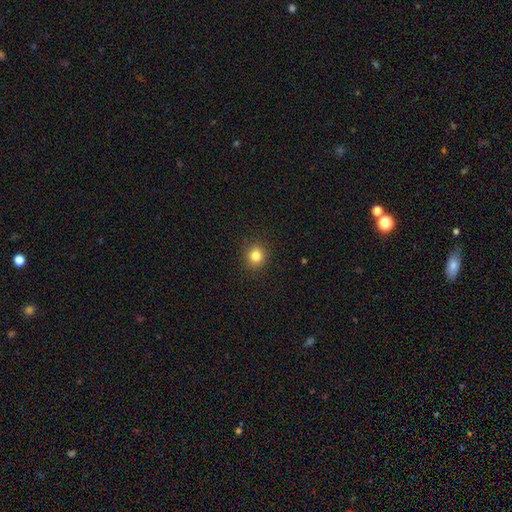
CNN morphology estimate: smooth-or-featured: smooth: 82% | star or artifact: 12% | featured or disk: 6%
  how-rounded: round: 86% | in between: 14% | cigar-shaped: 1%
  merging: none: 91% | minor disturbance: 6% | major disturbance: 2% | merger: 1%